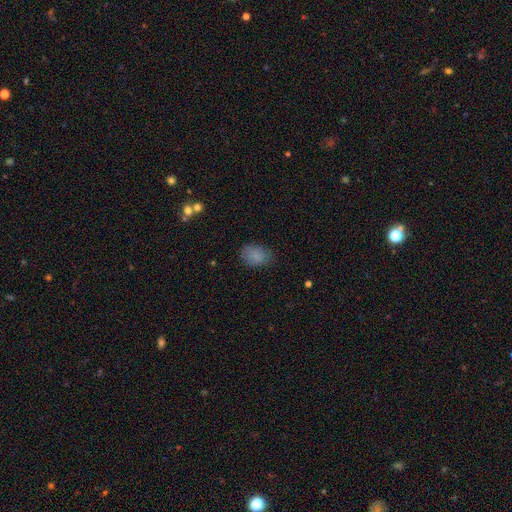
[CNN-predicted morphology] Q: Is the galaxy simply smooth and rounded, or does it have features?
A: smooth — 83%.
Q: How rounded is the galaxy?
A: in between — 80%.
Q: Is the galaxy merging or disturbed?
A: none — 75%.